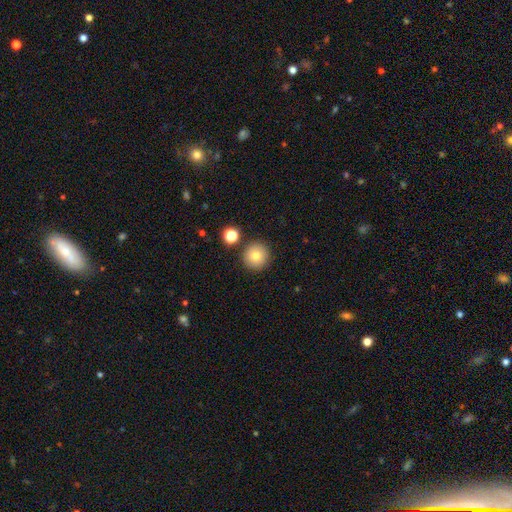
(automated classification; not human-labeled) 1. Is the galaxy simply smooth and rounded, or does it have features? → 78% smooth, 11% star or artifact, 11% featured or disk.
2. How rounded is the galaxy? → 95% round, 4% in between, 1% cigar-shaped.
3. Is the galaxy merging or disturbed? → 88% none, 6% minor disturbance, 4% merger, 2% major disturbance.